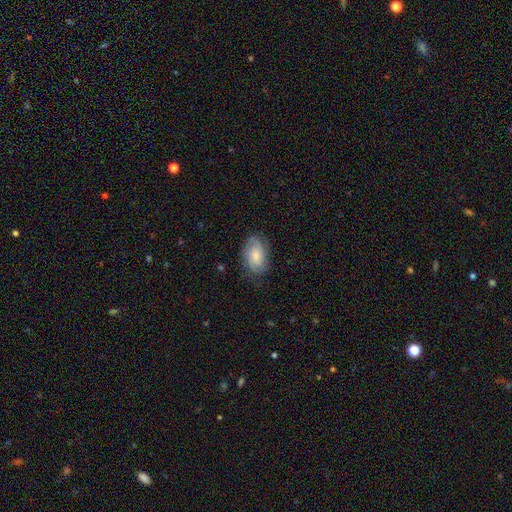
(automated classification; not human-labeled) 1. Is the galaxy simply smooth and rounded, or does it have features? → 51% featured or disk, 41% smooth, 8% star or artifact.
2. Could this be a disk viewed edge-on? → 96% no, 4% yes.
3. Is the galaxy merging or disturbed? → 73% none, 19% minor disturbance, 7% major disturbance, 1% merger.